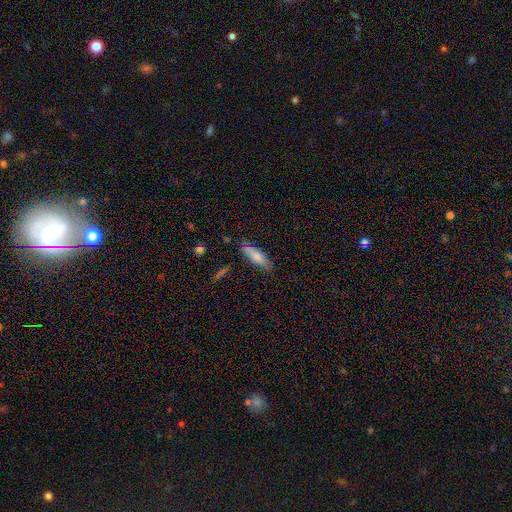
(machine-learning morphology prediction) Overall: smooth (79%). How rounded: cigar-shaped (52%; in between 47%). Merging: none (75%).